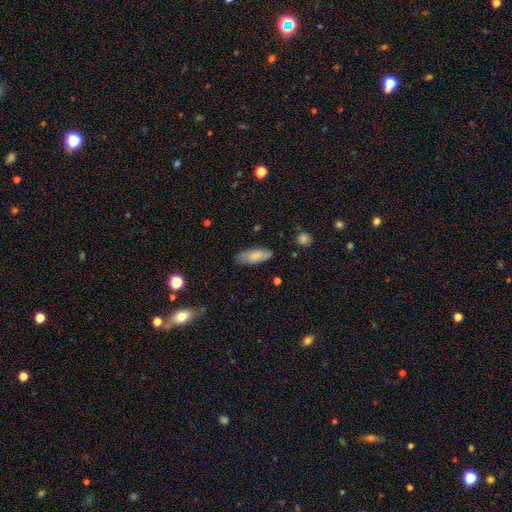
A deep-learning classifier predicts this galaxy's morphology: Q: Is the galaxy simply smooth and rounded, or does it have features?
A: smooth — 78%.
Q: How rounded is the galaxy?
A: in between — 75%.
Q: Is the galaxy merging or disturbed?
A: none — 75%.